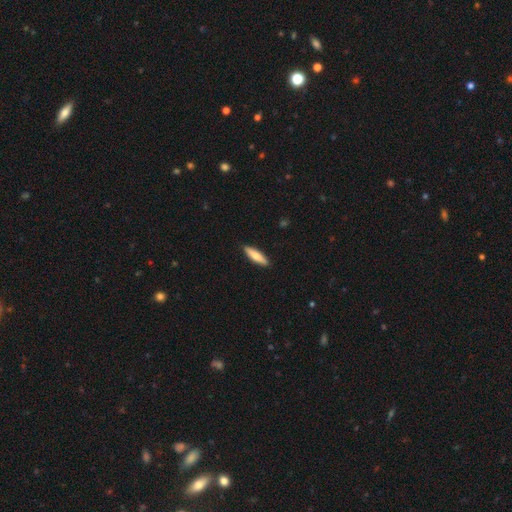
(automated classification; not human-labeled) The model was most divided on "how rounded": cigar-shaped: 72%, in between: 26%, round: 2%. More confident: merging — none (90%); smooth or featured — smooth (72%).